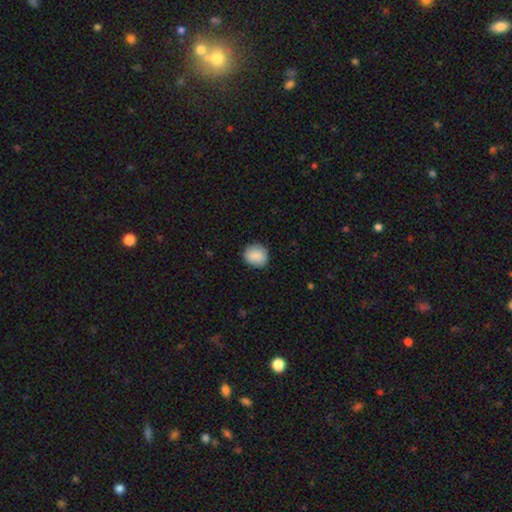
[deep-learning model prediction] Smooth or featured? Predicted: smooth (p=0.89). How rounded? Predicted: round (p=0.80). Merging? Predicted: none (p=0.86).